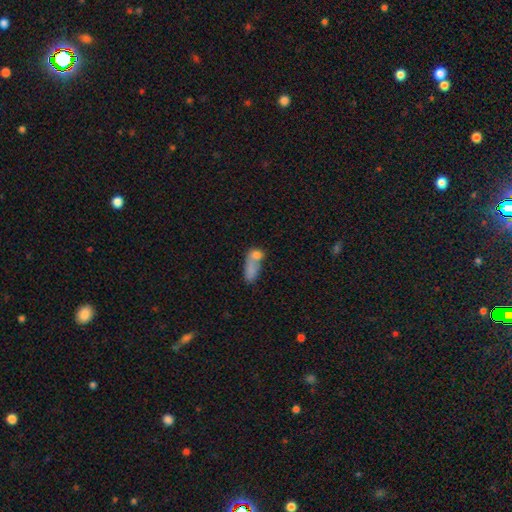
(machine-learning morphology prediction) type=smooth (71%); roundness=in between (70%); merging=merger (58%).